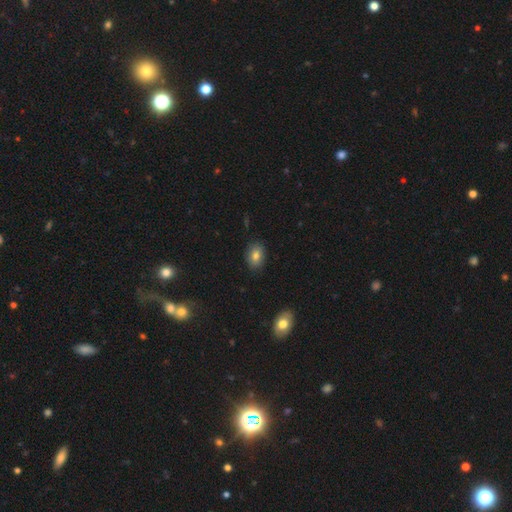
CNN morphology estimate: This is likely a smooth galaxy (80%). How rounded: likely in between (76%). Merging: clearly none (85%).